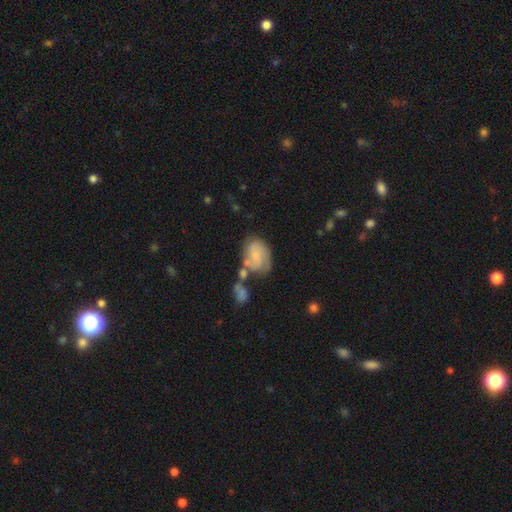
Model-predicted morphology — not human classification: This appears to be a smooth galaxy with no disk features (46%, tied with featured or disk). Merging: none (42%).